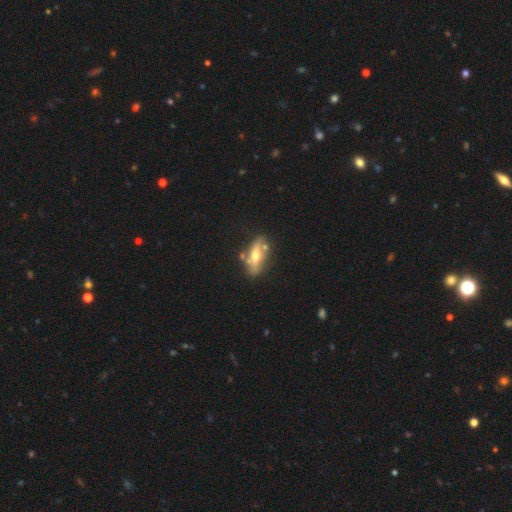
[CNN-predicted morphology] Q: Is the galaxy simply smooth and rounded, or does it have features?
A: featured or disk — 56%.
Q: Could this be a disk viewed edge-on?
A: yes — 52%.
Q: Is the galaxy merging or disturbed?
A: none — 65%.